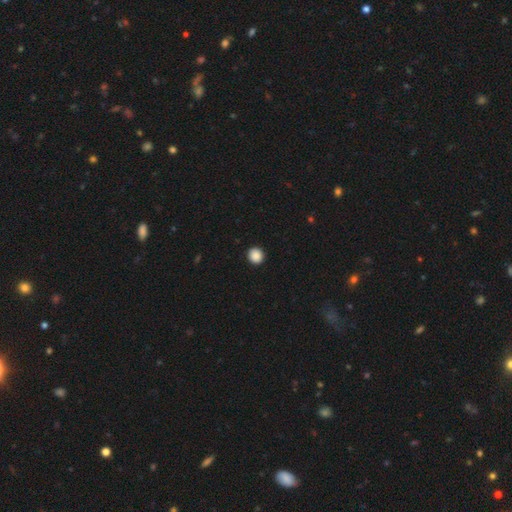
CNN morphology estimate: smooth-or-featured: smooth: 89% | star or artifact: 9% | featured or disk: 2%
  how-rounded: round: 92% | in between: 7% | cigar-shaped: 1%
  merging: none: 93% | minor disturbance: 5% | major disturbance: 2% | merger: 1%